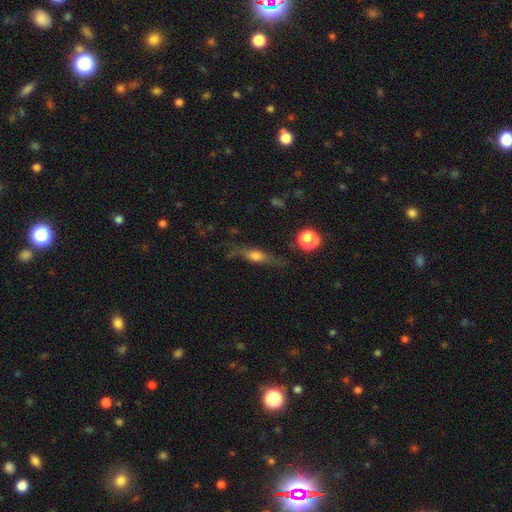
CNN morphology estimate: The model was most divided on "smooth or featured" (2-way tie): featured or disk: 44%, smooth: 44%, star or artifact: 12%. More confident: merging — none (66%).